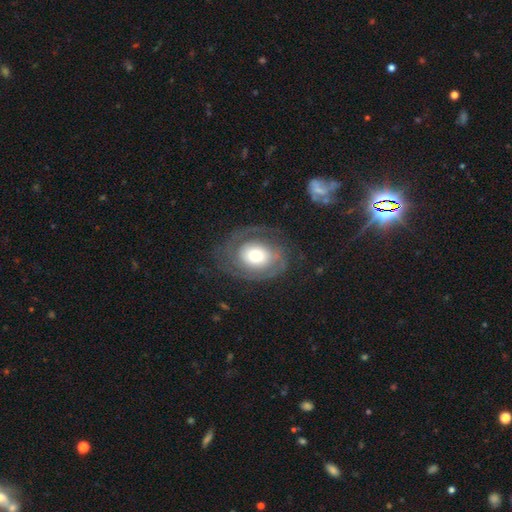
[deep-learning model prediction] Q: Smooth or featured?
A: featured or disk (74%); runner-up: smooth (20%)
Q: Edge-on disk?
A: no (97%); runner-up: yes (3%)
Q: Bar?
A: no (72%); runner-up: weak (20%)
Q: Spiral arms?
A: yes (88%); runner-up: no (12%)
Q: Spiral winding?
A: tight (55%); runner-up: medium (33%)
Q: Spiral arm count?
A: 2 (62%); runner-up: can't tell (17%)
Q: Bulge size?
A: moderate (45%); runner-up: large (37%)
Q: Merging?
A: none (70%); runner-up: minor disturbance (16%)